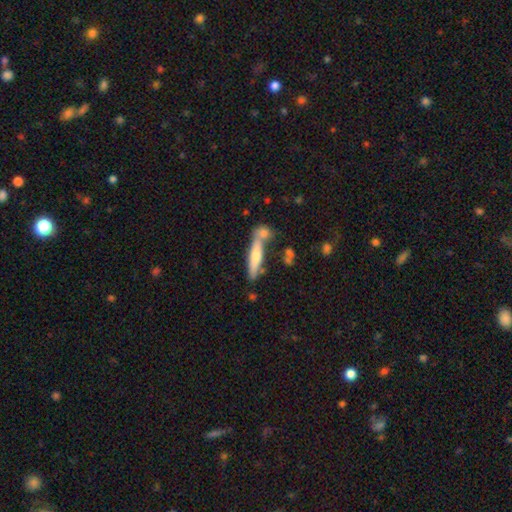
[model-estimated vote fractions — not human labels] Smooth or featured? Predicted: smooth (p=0.51). How rounded? Predicted: cigar-shaped (p=0.86). Merging? Predicted: none (p=0.63).